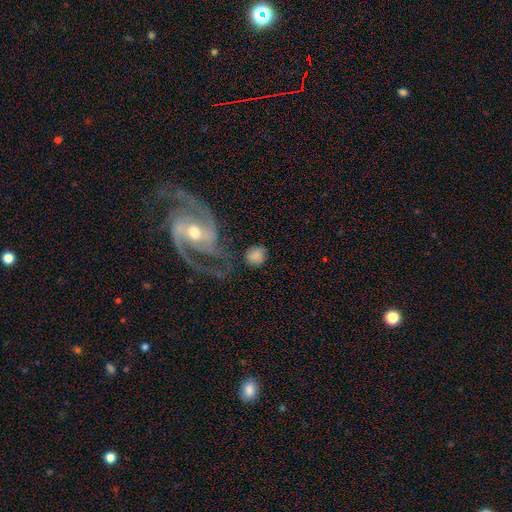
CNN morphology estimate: smooth 66%, featured or disk 24%, star or artifact 9%. Down the decision tree: how rounded — round (76%); merging — none (60%).